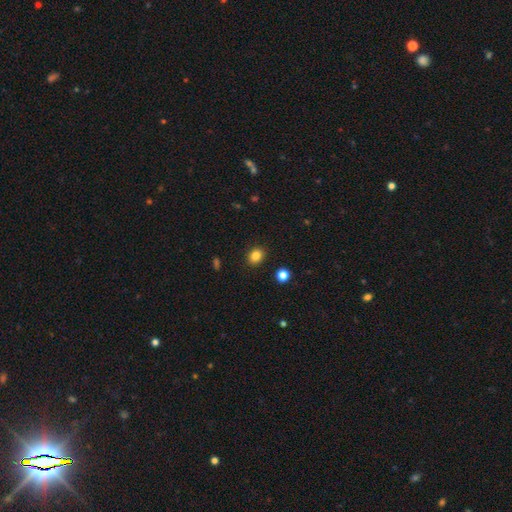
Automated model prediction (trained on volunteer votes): Morphology: type=smooth (84%); roundness=round (58%); merging=none (90%).